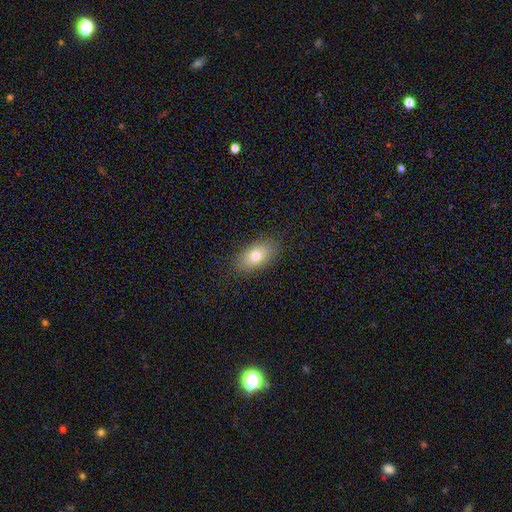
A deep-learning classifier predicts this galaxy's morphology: smooth 75%, featured or disk 16%, star or artifact 9%. Down the decision tree: how rounded — in between (89%); merging — none (85%).